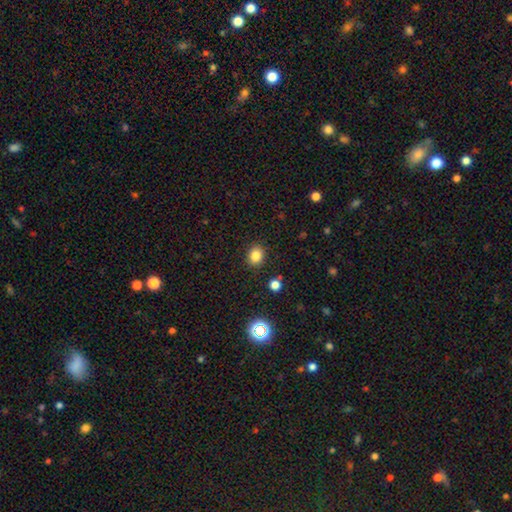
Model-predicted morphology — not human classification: smooth_or_featured: smooth (p=0.82) [alt: star or artifact p=0.13]
how_rounded: round (p=0.61) [alt: in between p=0.39]
merging: none (p=0.88) [alt: minor disturbance p=0.08]